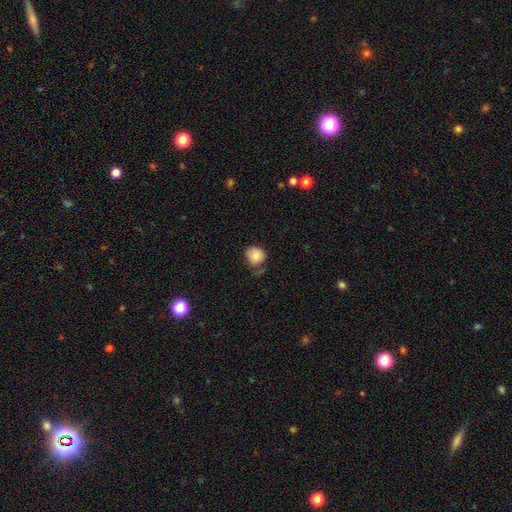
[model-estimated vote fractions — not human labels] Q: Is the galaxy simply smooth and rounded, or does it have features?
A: smooth — 83%.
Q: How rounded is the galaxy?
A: round — 81%.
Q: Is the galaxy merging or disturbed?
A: none — 57%.